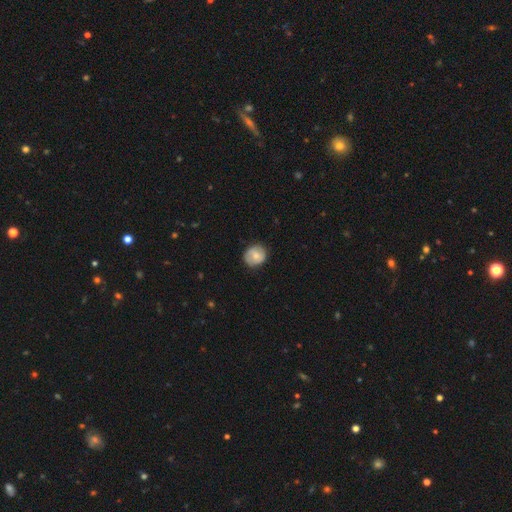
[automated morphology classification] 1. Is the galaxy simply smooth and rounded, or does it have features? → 64% smooth, 28% featured or disk, 7% star or artifact.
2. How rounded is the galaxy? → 83% round, 16% in between, 1% cigar-shaped.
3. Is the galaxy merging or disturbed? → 80% none, 15% minor disturbance, 3% major disturbance, 1% merger.